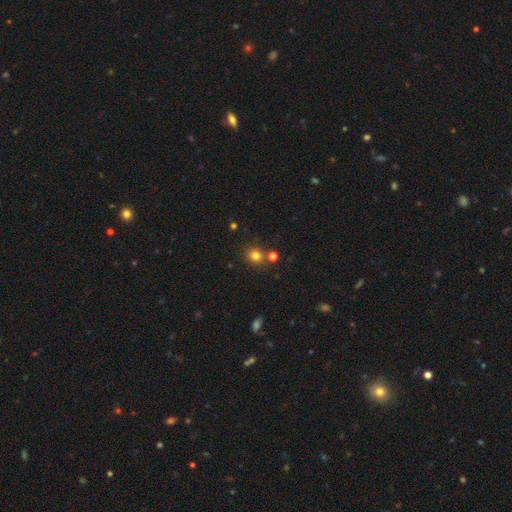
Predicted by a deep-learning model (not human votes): smooth_or_featured: smooth (p=0.77) [alt: star or artifact p=0.16]
how_rounded: round (p=0.79) [alt: in between p=0.20]
merging: none (p=0.76) [alt: merger p=0.12]